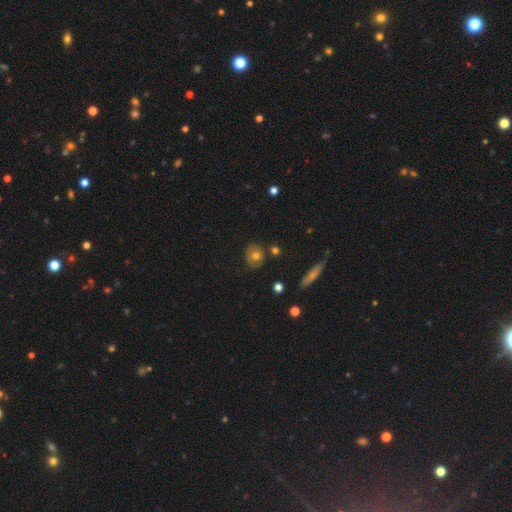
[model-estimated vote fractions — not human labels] Q: Smooth or featured?
A: smooth (65%); runner-up: featured or disk (25%)
Q: How rounded?
A: round (79%); runner-up: in between (20%)
Q: Merging?
A: none (78%); runner-up: minor disturbance (14%)